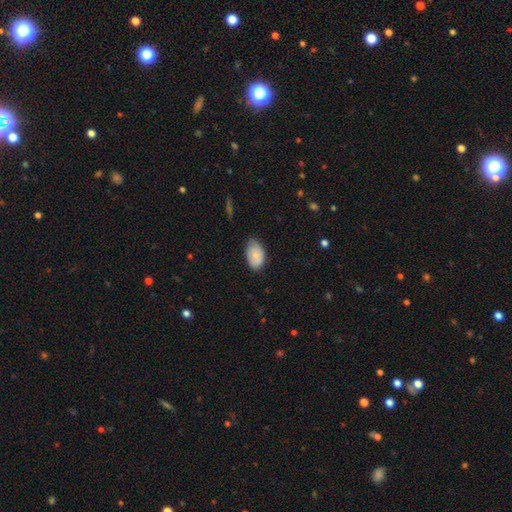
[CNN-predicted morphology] Smooth or featured? Predicted: smooth (p=0.75). How rounded? Predicted: in between (p=0.91). Merging? Predicted: none (p=0.64).